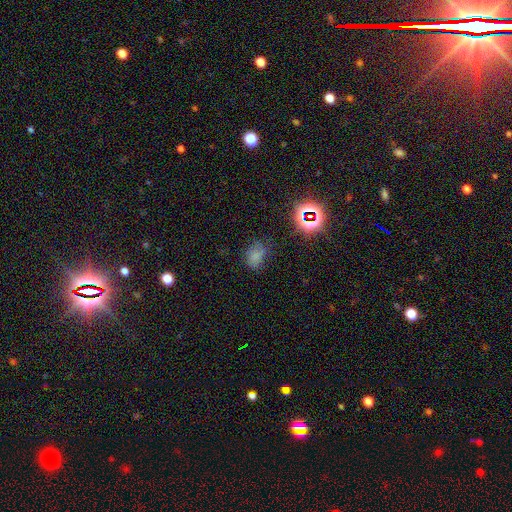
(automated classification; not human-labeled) Smooth or featured?
  - smooth: 67% *
  - star or artifact: 24%
  - featured or disk: 9%
How rounded?
  - in between: 69% *
  - round: 30%
  - cigar-shaped: 1%
Merging?
  - none: 63% *
  - minor disturbance: 25%
  - major disturbance: 9%
  - merger: 4%